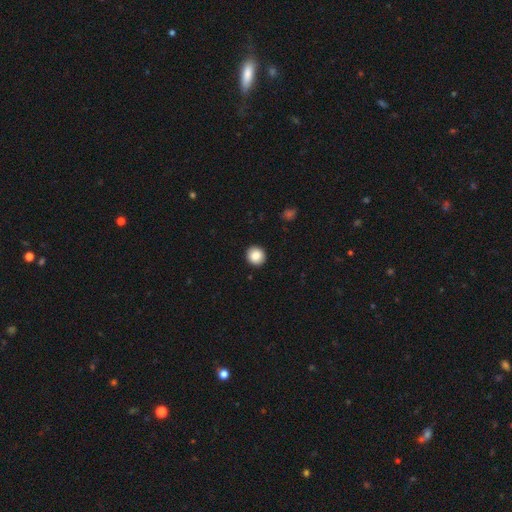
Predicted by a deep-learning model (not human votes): Smooth or featured? smooth (87%)
How rounded? round (91%)
Merging? none (93%)